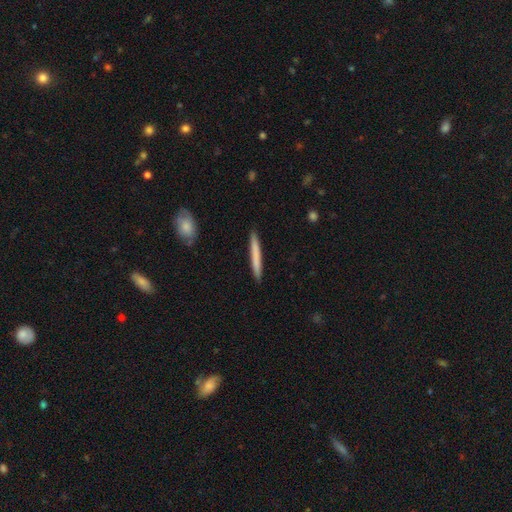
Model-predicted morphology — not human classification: A smooth galaxy with no disk features (72%) that is cigar-shaped (97%). Merging: none (92%).